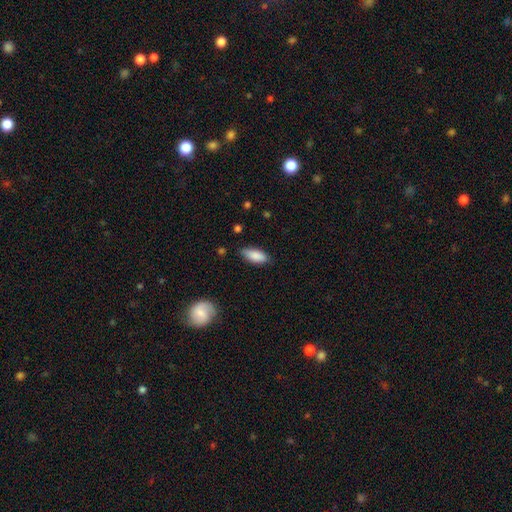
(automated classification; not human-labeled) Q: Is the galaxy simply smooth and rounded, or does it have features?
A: smooth — 87%.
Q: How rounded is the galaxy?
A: in between — 86%.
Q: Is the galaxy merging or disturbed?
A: none — 75%.